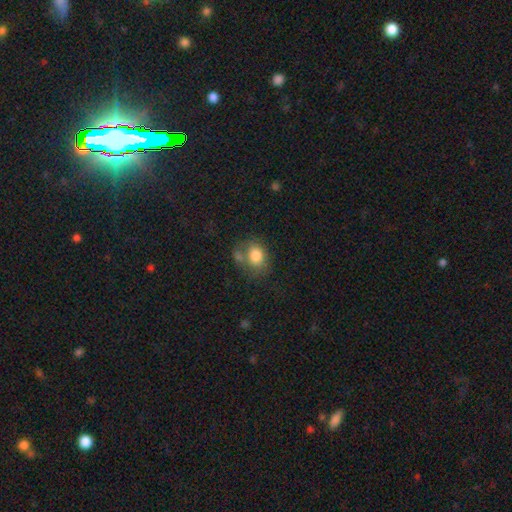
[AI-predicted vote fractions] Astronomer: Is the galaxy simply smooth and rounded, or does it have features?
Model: smooth — 80%.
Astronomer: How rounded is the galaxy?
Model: round — 53% (runner-up: in between, 46%).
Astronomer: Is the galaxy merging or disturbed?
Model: none — 49%.